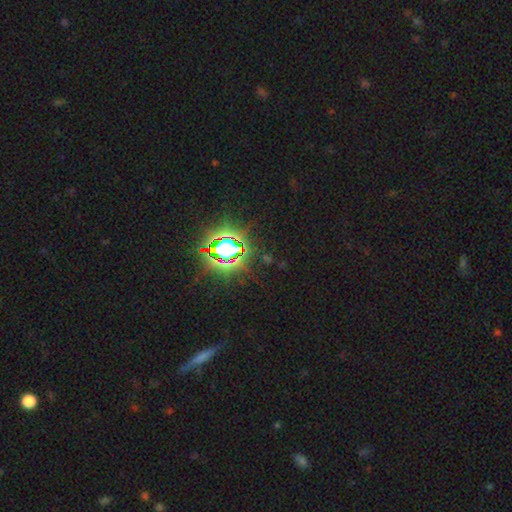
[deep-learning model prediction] Morphology: type=star or artifact (80%).